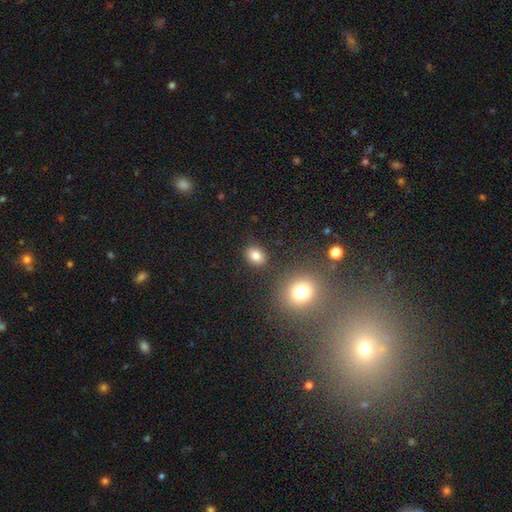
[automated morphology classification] The model was most divided on "how rounded": in between: 54%, round: 45%, cigar-shaped: 1%. More confident: merging — none (84%); smooth or featured — smooth (82%).